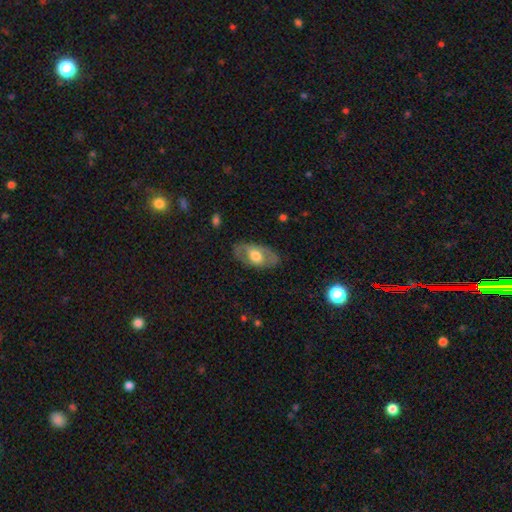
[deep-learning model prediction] Smooth or featured? Predicted: featured or disk (p=0.52). Edge-on disk? Predicted: no (p=0.85). Merging? Predicted: none (p=0.78).